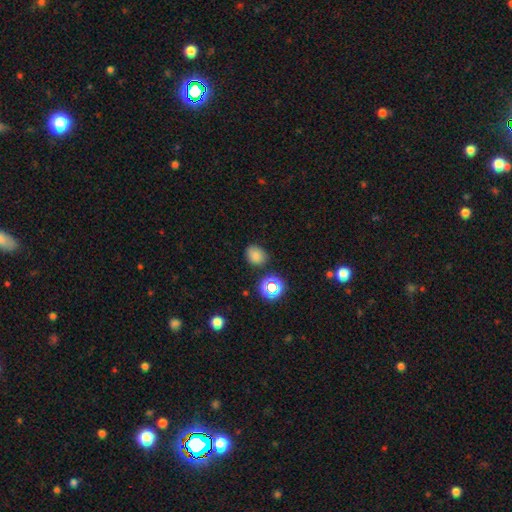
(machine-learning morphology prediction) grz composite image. It shows a smooth galaxy with no disk features (77%) that is round (55%). Merging: none (78%).